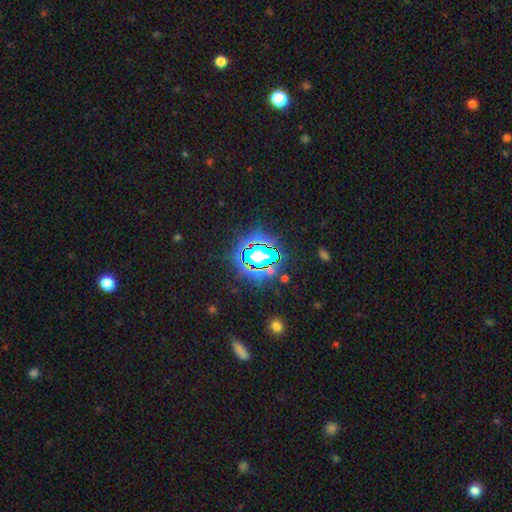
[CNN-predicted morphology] The model was most divided on "smooth or featured": star or artifact: 66%, smooth: 22%, featured or disk: 12%.